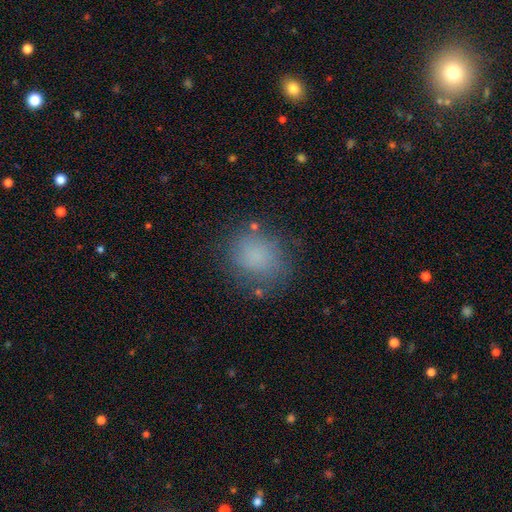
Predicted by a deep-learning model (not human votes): Morphology: type=smooth (79%); roundness=round (69%); merging=none (77%).